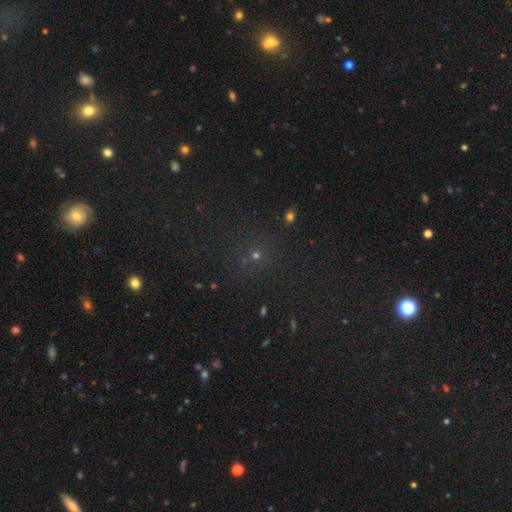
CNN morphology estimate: This is possibly a star or artifact rather than a galaxy (50%).